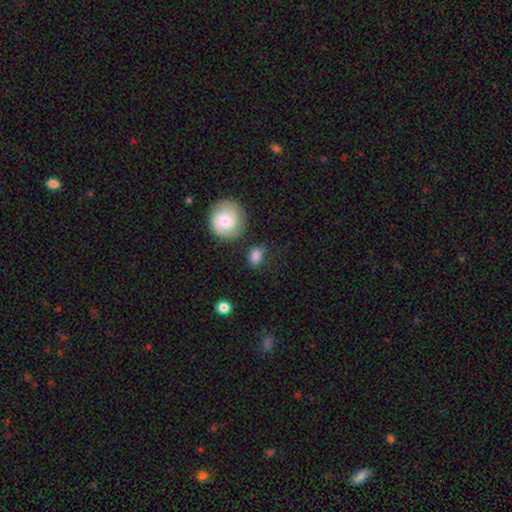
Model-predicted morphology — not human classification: smooth_or_featured: smooth (p=0.83) [alt: star or artifact p=0.09]
how_rounded: in between (p=0.68) [alt: round p=0.29]
merging: none (p=0.66) [alt: minor disturbance p=0.19]